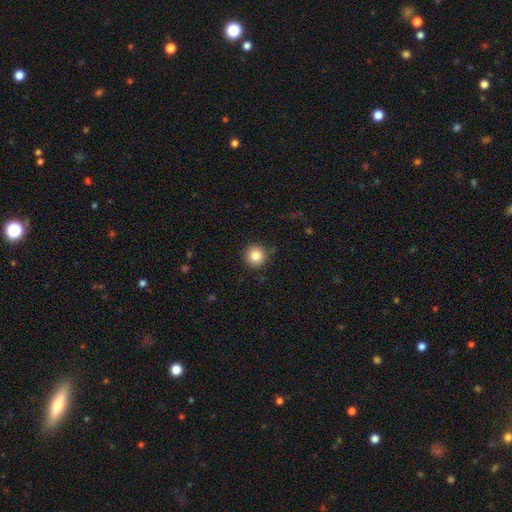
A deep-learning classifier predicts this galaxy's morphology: smooth_or_featured: smooth (p=0.84) [alt: star or artifact p=0.10]
how_rounded: round (p=0.95) [alt: in between p=0.04]
merging: none (p=0.89) [alt: minor disturbance p=0.07]